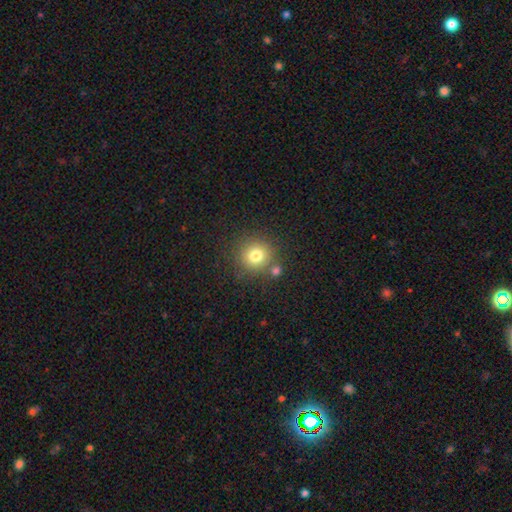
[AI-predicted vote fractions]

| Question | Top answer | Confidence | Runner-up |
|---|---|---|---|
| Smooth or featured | smooth | 79% | star or artifact (13%) |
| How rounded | round | 91% | in between (8%) |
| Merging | none | 76% | merger (12%) |